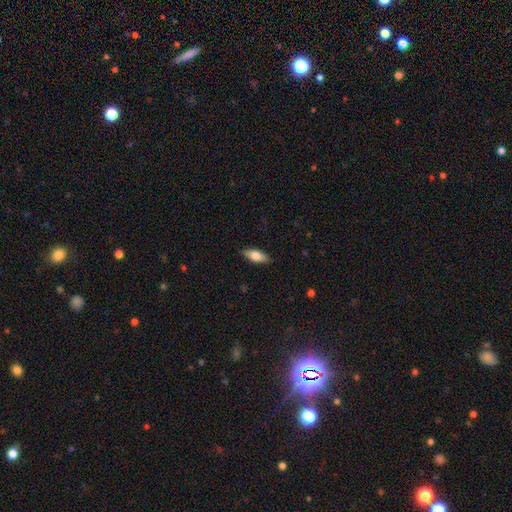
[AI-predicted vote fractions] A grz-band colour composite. It shows a smooth galaxy with no disk features (72%) that is in between round and cigar-shaped (77%). Merging: none (87%).